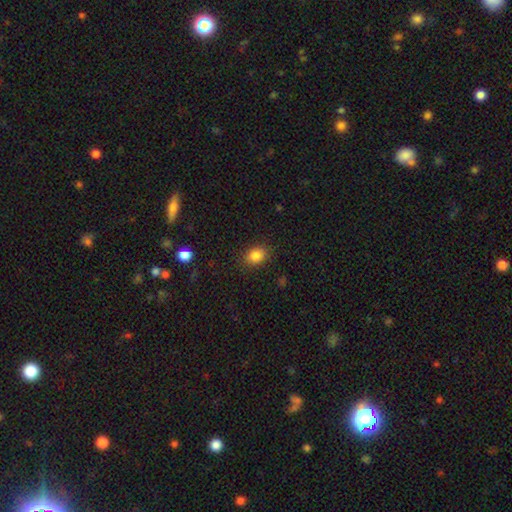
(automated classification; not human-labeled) smooth 84%, star or artifact 10%, featured or disk 6%. Down the decision tree: how rounded — in between (61%); merging — none (86%).